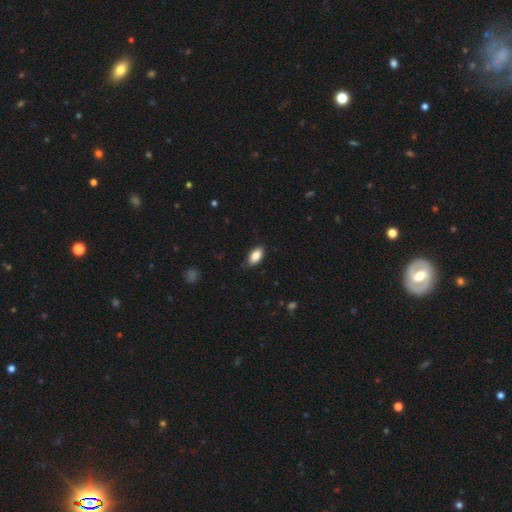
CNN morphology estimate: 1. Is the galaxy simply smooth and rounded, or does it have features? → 86% smooth, 7% featured or disk, 7% star or artifact.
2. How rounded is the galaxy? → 91% in between, 5% cigar-shaped, 4% round.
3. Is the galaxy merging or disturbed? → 84% none, 13% minor disturbance, 2% major disturbance, 1% merger.